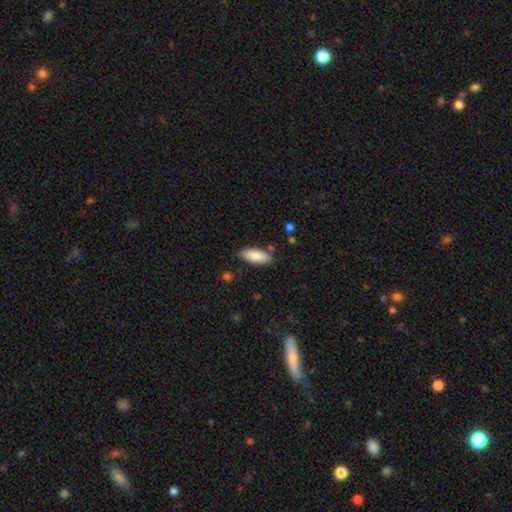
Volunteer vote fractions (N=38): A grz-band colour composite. It shows a smooth galaxy with no disk features (95%) that is in between round and cigar-shaped (94%). Merging: none (78%).